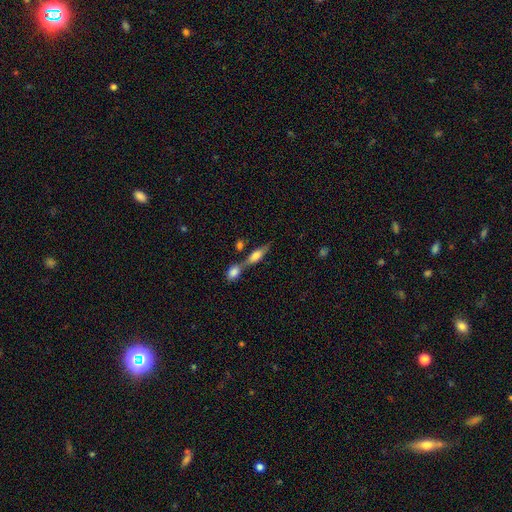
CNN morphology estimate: Q: Smooth or featured?
A: smooth (57%); runner-up: featured or disk (35%)
Q: How rounded?
A: in between (53%); runner-up: cigar-shaped (40%)
Q: Merging?
A: merger (49%); runner-up: none (38%)